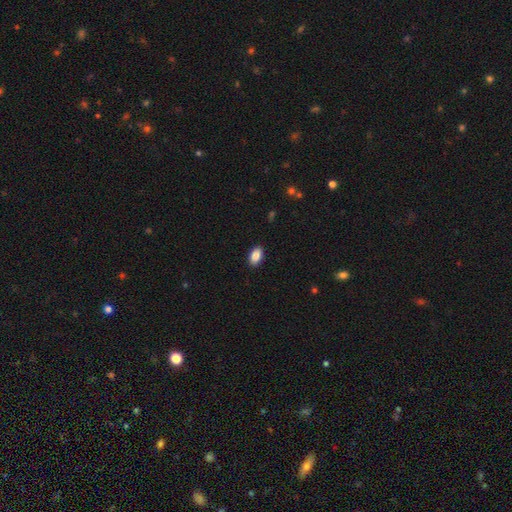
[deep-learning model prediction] This is clearly a smooth galaxy (90%). How rounded: clearly in between (93%). Merging: clearly none (90%).